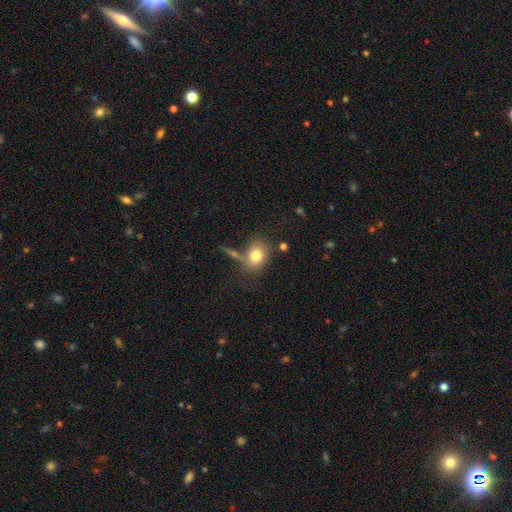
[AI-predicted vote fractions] Overall: smooth (78%). How rounded: in between (56%; round 42%). Merging: none (60%).